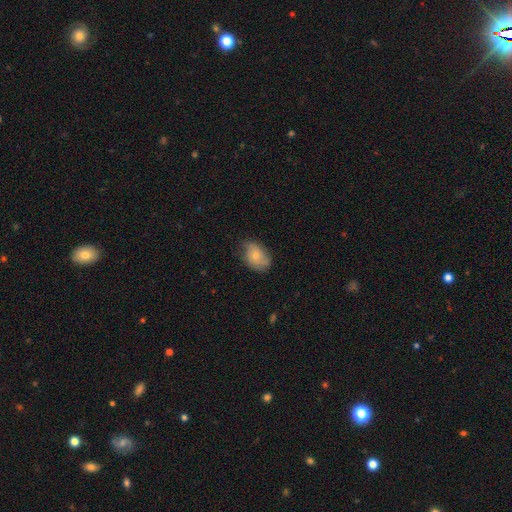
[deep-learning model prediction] The model was most divided on "merging": none: 67%, minor disturbance: 26%, major disturbance: 6%, merger: 1%. More confident: how rounded — in between (81%); smooth or featured — smooth (69%).